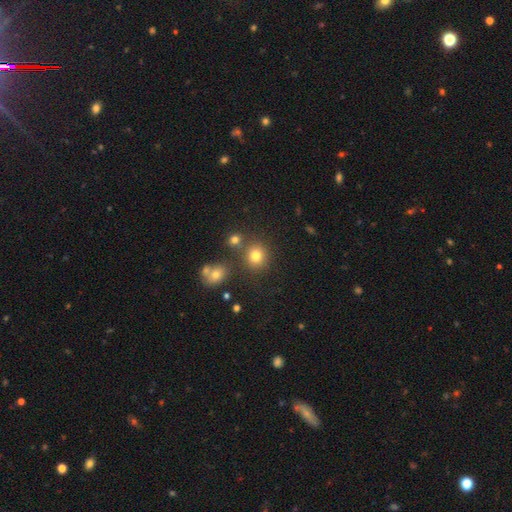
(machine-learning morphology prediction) Q: Smooth or featured?
A: smooth (76%); runner-up: star or artifact (16%)
Q: How rounded?
A: round (85%); runner-up: in between (14%)
Q: Merging?
A: none (76%); runner-up: merger (11%)